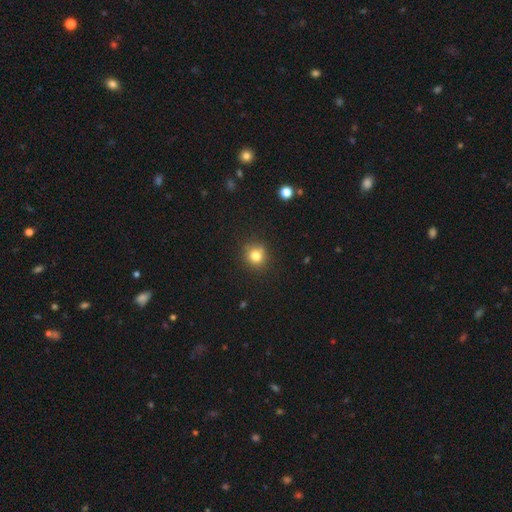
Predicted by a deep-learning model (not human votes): A smooth galaxy with no disk features (80%) that is round (87%). Merging: none (86%).